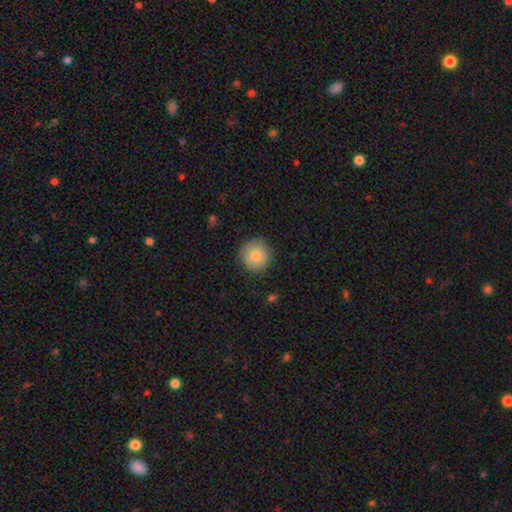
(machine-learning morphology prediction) Smooth or featured? Predicted: smooth (p=0.82). How rounded? Predicted: round (p=0.95). Merging? Predicted: none (p=0.89).